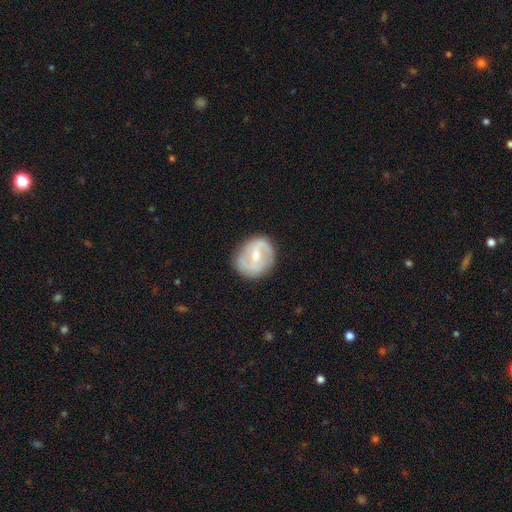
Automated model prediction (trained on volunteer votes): Smooth or featured: featured or disk — 71% (smooth — 24%)
Edge-on disk: no — 97% (yes — 3%)
Bar: weak — 50% (strong — 30%)
Spiral arms: yes — 75% (no — 25%)
Spiral winding: medium — 44% (loose — 29%)
Spiral arm count: 2 — 81% (can't tell — 11%)
Bulge size: moderate — 56% (small — 38%)
Merging: none — 79% (minor disturbance — 15%)